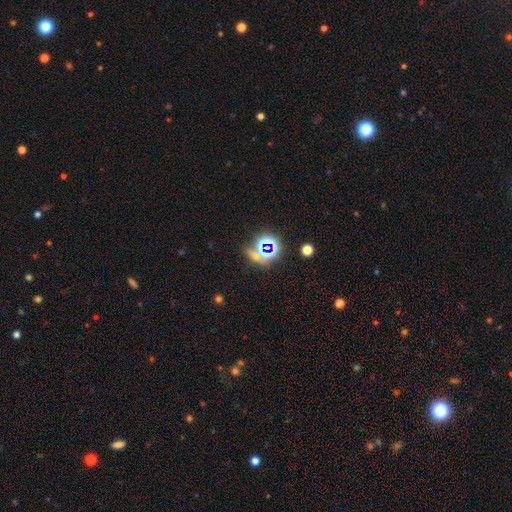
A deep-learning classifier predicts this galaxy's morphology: smooth_or_featured: star or artifact (p=0.63) [alt: smooth p=0.26]